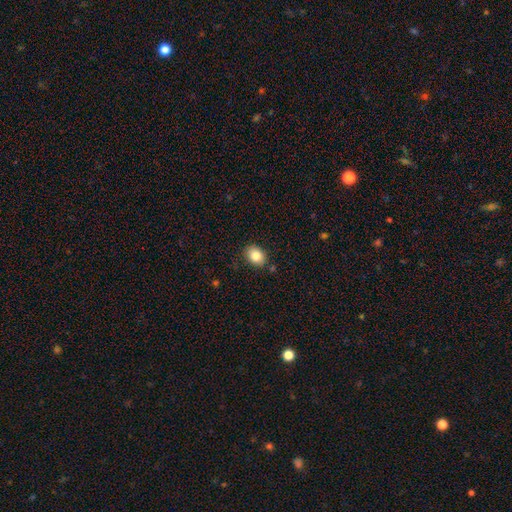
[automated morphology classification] The model was most divided on "how rounded": in between: 67%, round: 32%, cigar-shaped: 1%. More confident: smooth or featured — smooth (86%); merging — none (84%).